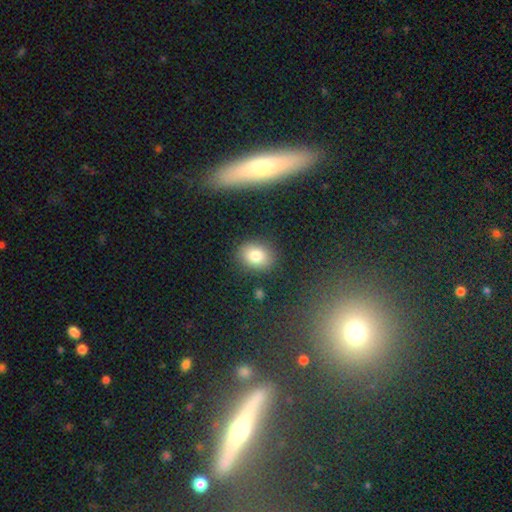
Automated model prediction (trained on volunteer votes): Smooth or featured: smooth — 81% (star or artifact — 11%)
How rounded: in between — 52% (round — 47%)
Merging: none — 84% (minor disturbance — 10%)